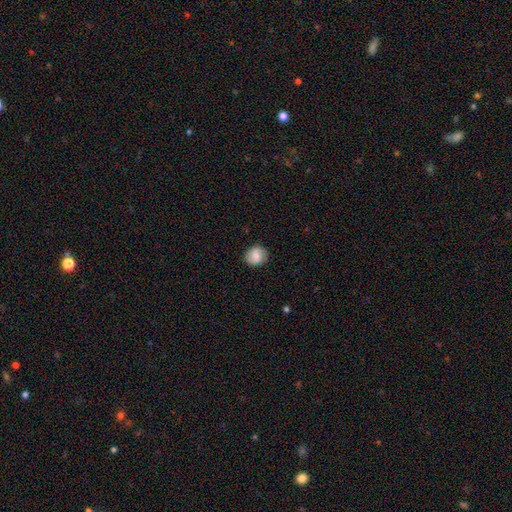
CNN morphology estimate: smooth_or_featured: smooth (p=0.66) [alt: featured or disk p=0.26]
how_rounded: round (p=0.78) [alt: in between p=0.21]
merging: none (p=0.84) [alt: minor disturbance p=0.12]